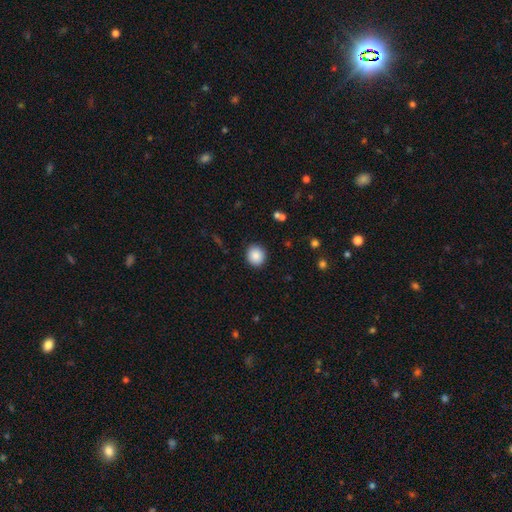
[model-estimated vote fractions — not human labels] The model was most divided on "how rounded": round: 86%, in between: 13%, cigar-shaped: 1%. More confident: merging — none (91%); smooth or featured — smooth (88%).